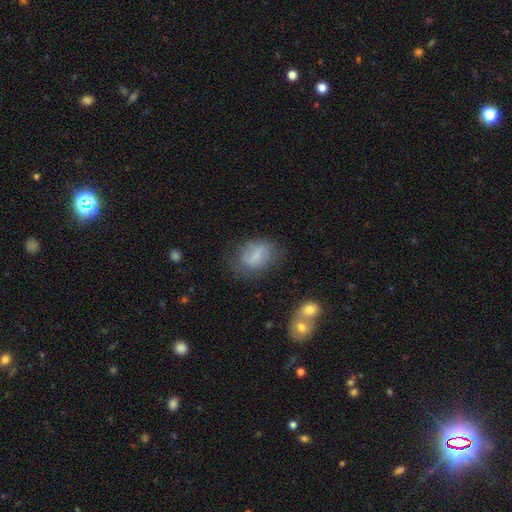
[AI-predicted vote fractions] Smooth or featured? smooth (64%)
How rounded? in between (76%)
Merging? none (64%)